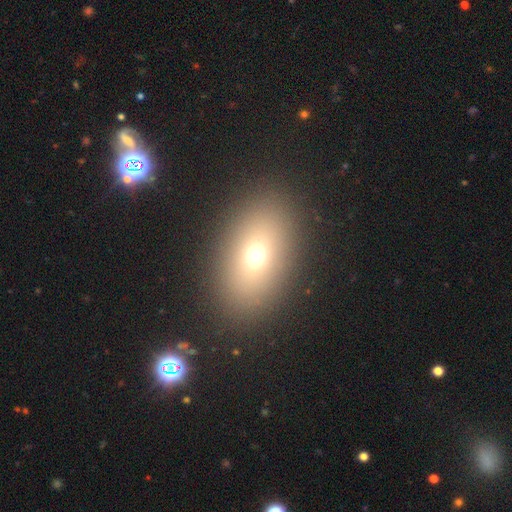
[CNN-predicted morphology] A smooth galaxy with no disk features (68%) that is in between round and cigar-shaped (83%). Merging: none (88%).